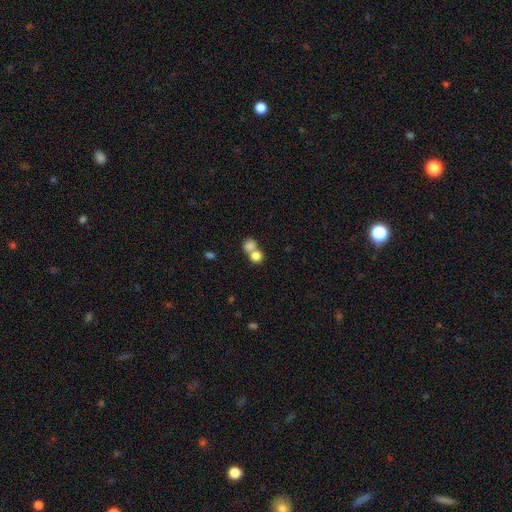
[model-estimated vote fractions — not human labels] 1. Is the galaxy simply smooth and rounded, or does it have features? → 81% smooth, 10% star or artifact, 9% featured or disk.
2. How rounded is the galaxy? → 79% round, 20% in between, 1% cigar-shaped.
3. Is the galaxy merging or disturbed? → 58% merger, 34% none, 5% minor disturbance, 3% major disturbance.